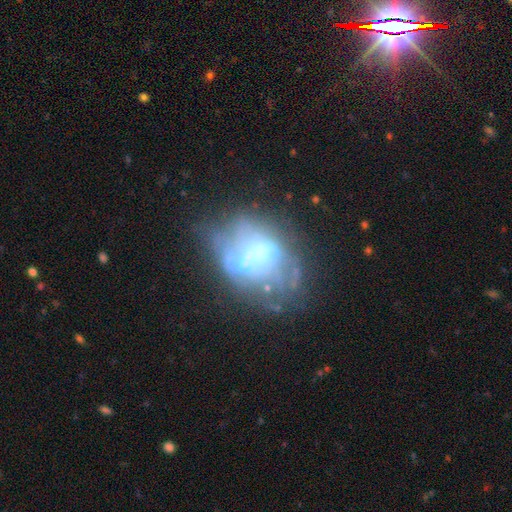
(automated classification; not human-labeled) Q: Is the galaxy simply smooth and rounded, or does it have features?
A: featured or disk — 63%.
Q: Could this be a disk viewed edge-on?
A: no — 96%.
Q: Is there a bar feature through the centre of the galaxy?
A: no — 79%.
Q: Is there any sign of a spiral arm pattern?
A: no — 88%.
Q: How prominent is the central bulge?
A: none — 37%.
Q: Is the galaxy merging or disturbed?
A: none — 31%, tied with major disturbance.